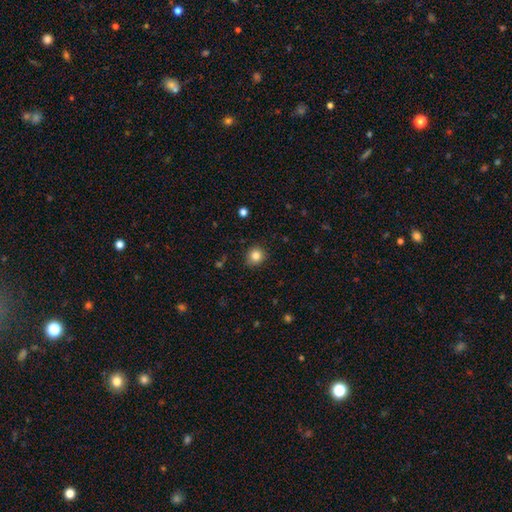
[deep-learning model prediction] smooth 84%, star or artifact 11%, featured or disk 5%. Down the decision tree: how rounded — round (91%); merging — none (88%).